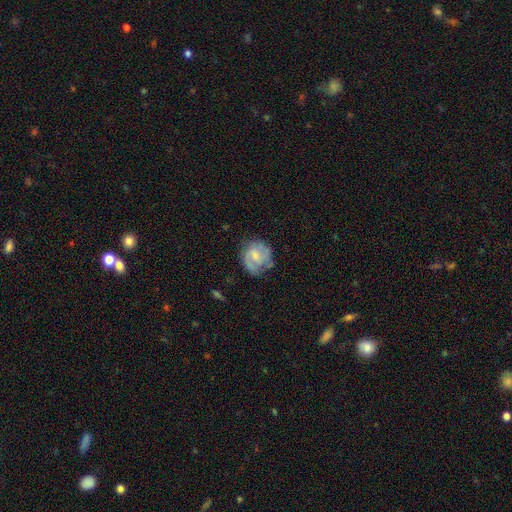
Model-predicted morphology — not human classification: A featured or disk galaxy (63%) with a weak bar (48%), spiral arms (80%) and a small central bulge (43%). Merging: none (61%).